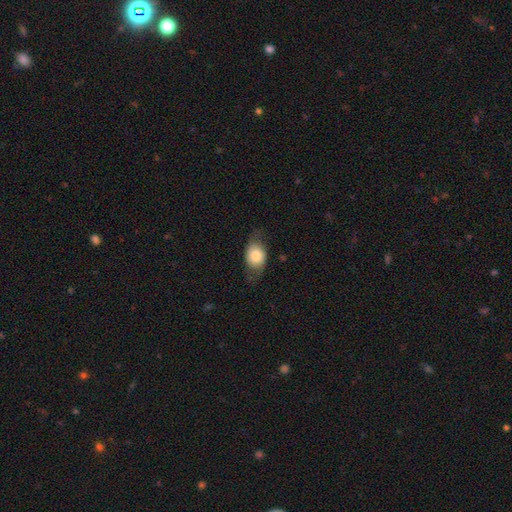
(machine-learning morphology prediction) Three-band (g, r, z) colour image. It shows a smooth galaxy with no disk features (65%) that is in between round and cigar-shaped (60%). Merging: none (65%).